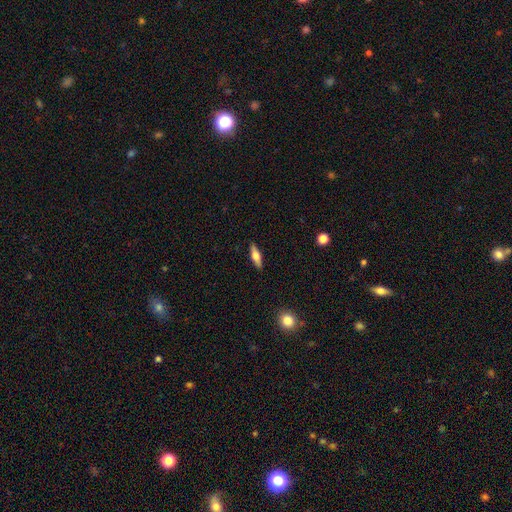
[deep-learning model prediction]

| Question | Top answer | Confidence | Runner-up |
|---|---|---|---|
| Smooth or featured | smooth | 52% | featured or disk (42%) |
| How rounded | cigar-shaped | 57% | in between (40%) |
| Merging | none | 89% | minor disturbance (8%) |